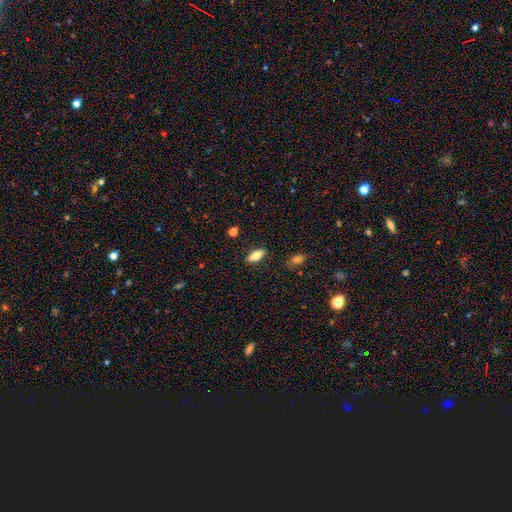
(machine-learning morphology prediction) A smooth galaxy with no disk features (73%) that is in between round and cigar-shaped (72%).

Vote fractions:
- Smooth or featured? smooth: 73% / featured or disk: 19% / star or artifact: 8%
- How rounded? in between: 72% / cigar-shaped: 25% / round: 3%
- Merging? none: 87% / minor disturbance: 9% / major disturbance: 2% / merger: 1%